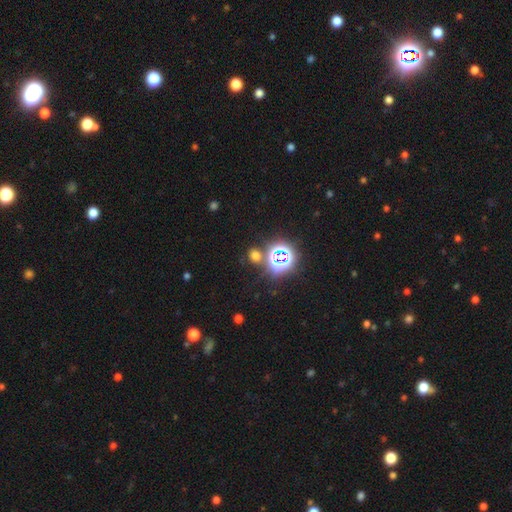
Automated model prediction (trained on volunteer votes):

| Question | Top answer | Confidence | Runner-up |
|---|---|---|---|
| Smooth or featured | smooth | 50% | star or artifact (43%) |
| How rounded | round | 69% | in between (29%) |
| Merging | none | 76% | merger (10%) |